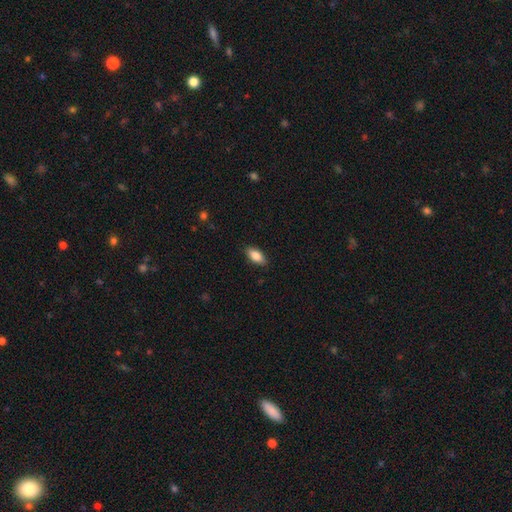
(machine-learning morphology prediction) This is clearly a smooth galaxy (86%). How rounded: clearly in between (89%). Merging: clearly none (87%).